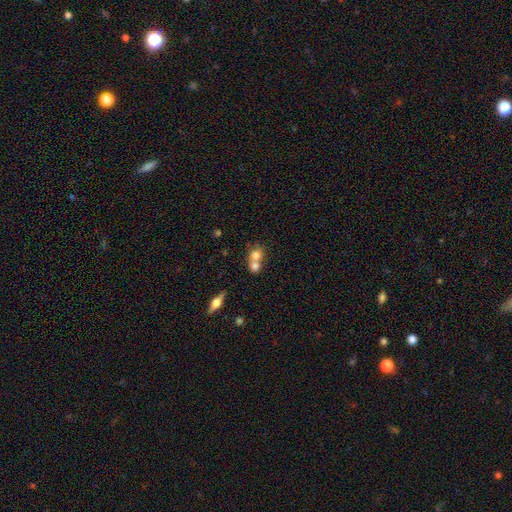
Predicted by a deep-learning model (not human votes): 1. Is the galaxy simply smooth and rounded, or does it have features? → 74% smooth, 16% featured or disk, 10% star or artifact.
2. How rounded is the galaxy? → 79% round, 19% in between, 1% cigar-shaped.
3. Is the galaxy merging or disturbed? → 60% merger, 32% none, 5% minor disturbance, 3% major disturbance.